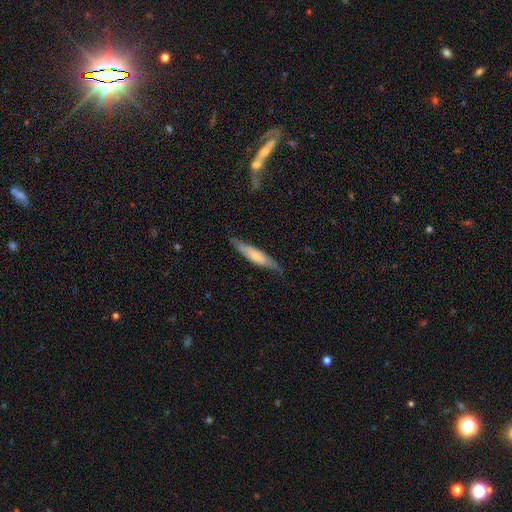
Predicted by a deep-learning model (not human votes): Smooth or featured? smooth (52%)
How rounded? cigar-shaped (78%)
Merging? none (76%)